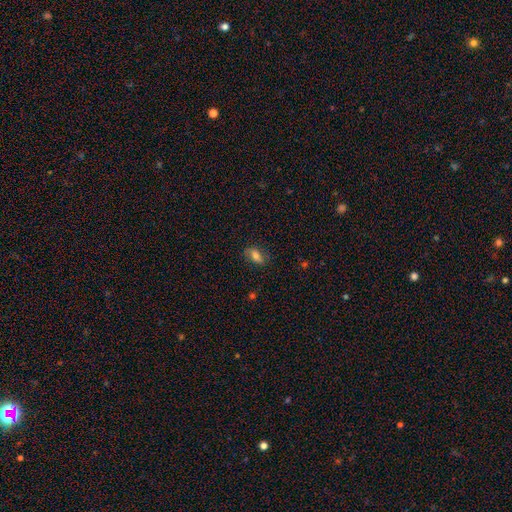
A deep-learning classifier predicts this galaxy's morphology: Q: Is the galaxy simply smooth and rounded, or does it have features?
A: smooth — 70%.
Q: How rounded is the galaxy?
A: in between — 82%.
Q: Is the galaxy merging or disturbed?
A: none — 75%.